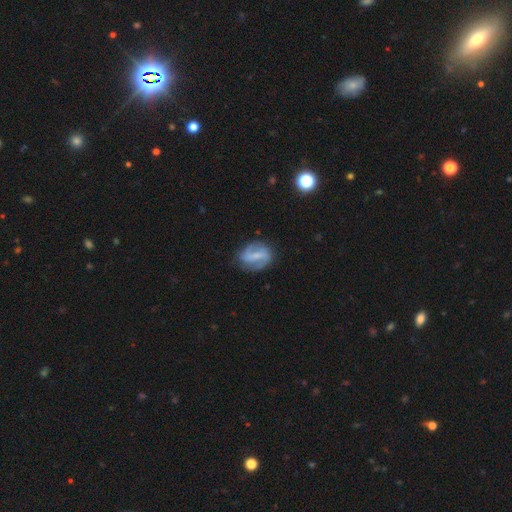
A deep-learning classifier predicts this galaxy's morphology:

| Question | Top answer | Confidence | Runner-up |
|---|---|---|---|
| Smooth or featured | featured or disk | 77% | smooth (17%) |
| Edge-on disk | no | 97% | yes (3%) |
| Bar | strong | 47% | weak (39%) |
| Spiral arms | yes | 90% | no (10%) |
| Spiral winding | medium | 41% | loose (38%) |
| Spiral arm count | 2 | 87% | can't tell (6%) |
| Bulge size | small | 46% | none (30%) |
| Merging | none | 78% | minor disturbance (15%) |